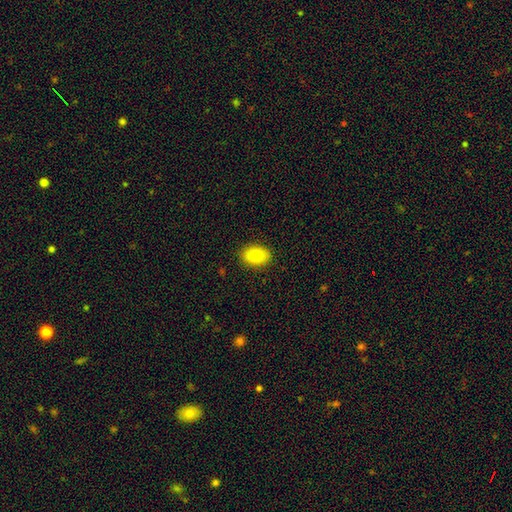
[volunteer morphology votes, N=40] smooth_or_featured: smooth (p=0.82) [alt: featured or disk p=0.10]
how_rounded: in between (p=0.94) [alt: round p=0.06]
merging: none (p=1.00)